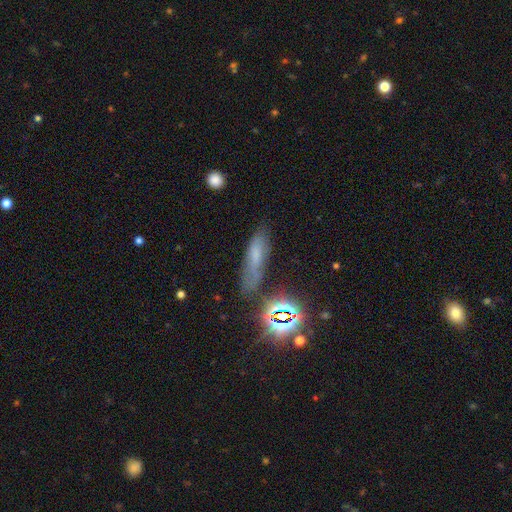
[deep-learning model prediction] Smooth or featured: smooth — 51% (star or artifact — 25%)
How rounded: cigar-shaped — 64% (in between — 30%)
Merging: none — 64% (minor disturbance — 21%)